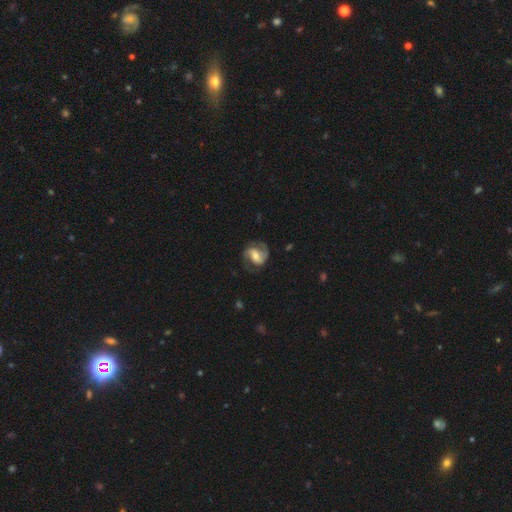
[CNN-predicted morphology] Smooth or featured? featured or disk (82%)
Edge-on disk? no (98%)
Bar? weak (42%)
Spiral arms? yes (95%)
Spiral winding? medium (51%)
Spiral arm count? 2 (86%)
Bulge size? moderate (59%)
Merging? none (72%)